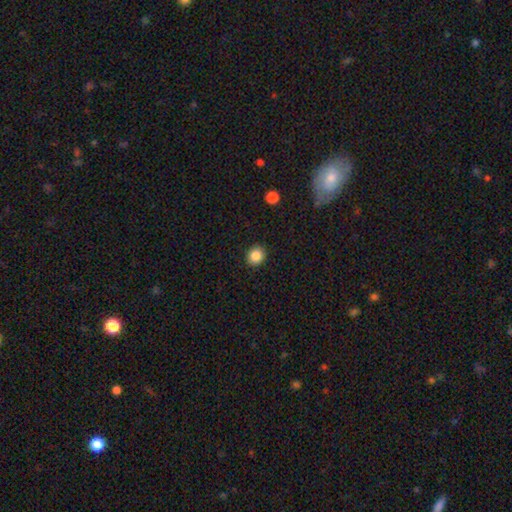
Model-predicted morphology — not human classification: This appears to be a smooth galaxy with no disk features (87%) that is round (81%). Merging: none (91%).